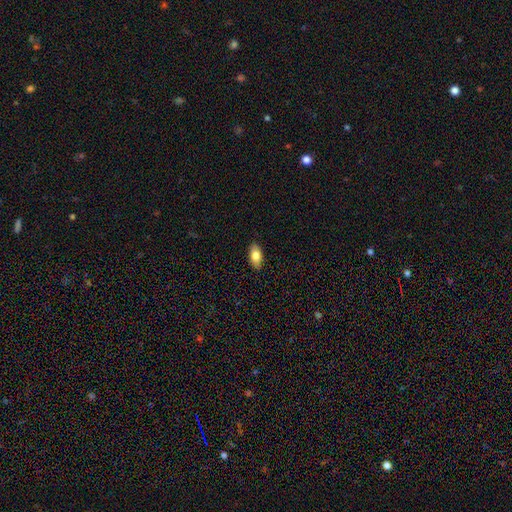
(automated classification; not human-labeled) Smooth or featured? Predicted: smooth (p=0.79). How rounded? Predicted: in between (p=0.89). Merging? Predicted: none (p=0.89).